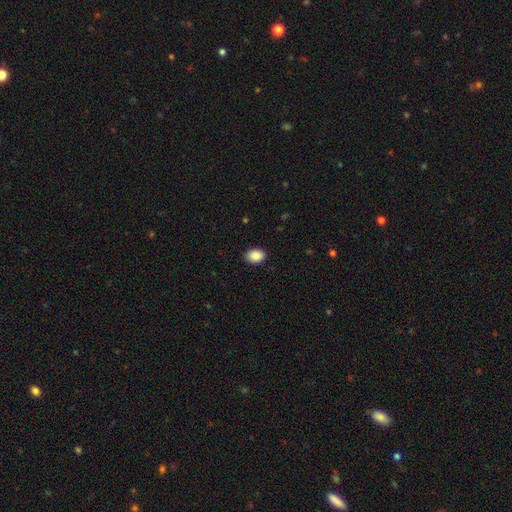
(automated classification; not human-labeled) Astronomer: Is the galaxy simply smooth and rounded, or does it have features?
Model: smooth — 89%.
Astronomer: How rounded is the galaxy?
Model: in between — 72%.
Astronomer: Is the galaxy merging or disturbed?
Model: none — 89%.